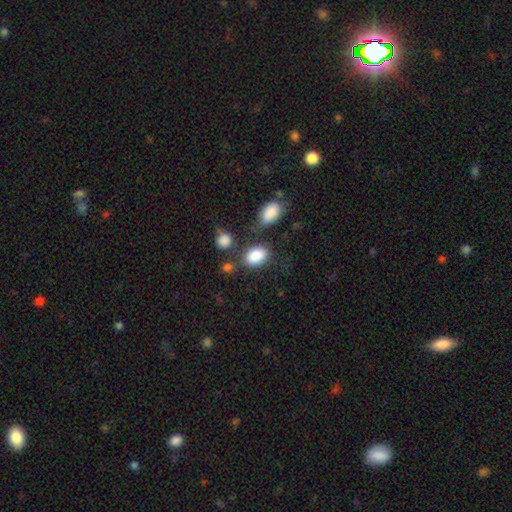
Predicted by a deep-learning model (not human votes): Morphology: type=smooth (87%); roundness=in between (87%); merging=none (65%).